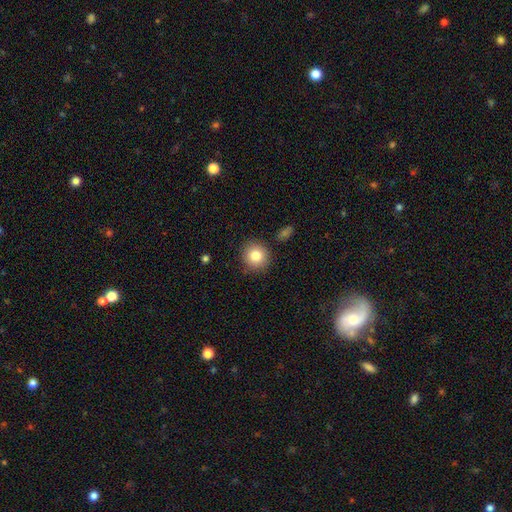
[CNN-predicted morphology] smooth_or_featured: smooth (p=0.83) [alt: star or artifact p=0.09]
how_rounded: round (p=0.91) [alt: in between p=0.08]
merging: none (p=0.87) [alt: minor disturbance p=0.08]